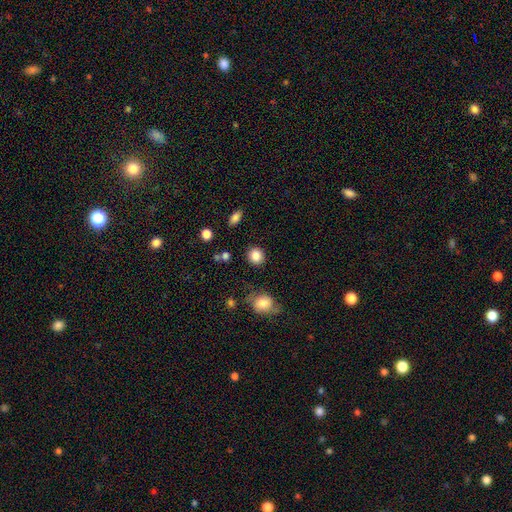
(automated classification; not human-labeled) This appears to be a smooth galaxy with no disk features (86%) that is round (83%). Merging: none (87%).